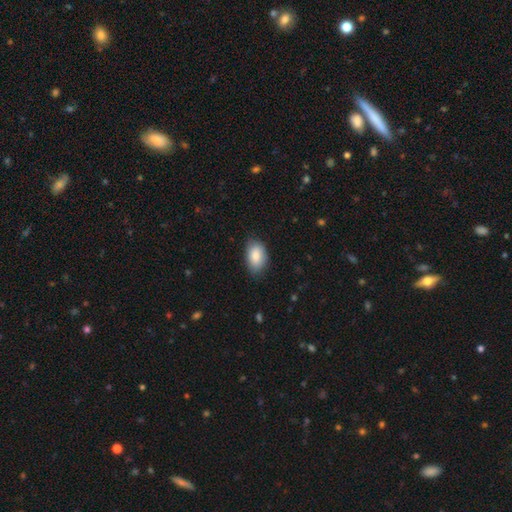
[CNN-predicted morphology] smooth 85%, featured or disk 8%, star or artifact 6%. Down the decision tree: how rounded — in between (91%); merging — none (80%).